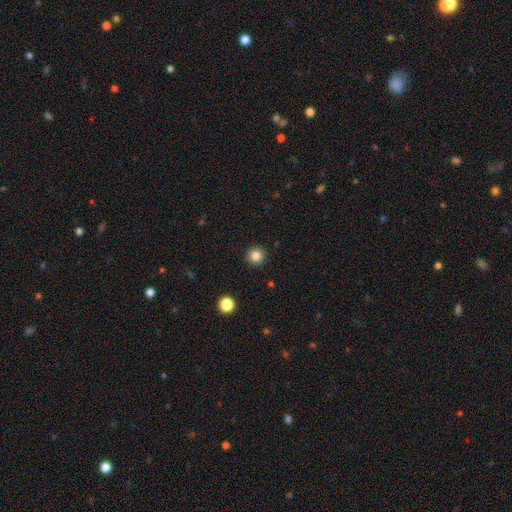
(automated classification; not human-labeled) Q: Smooth or featured?
A: smooth (83%); runner-up: star or artifact (12%)
Q: How rounded?
A: round (95%); runner-up: in between (4%)
Q: Merging?
A: none (93%); runner-up: minor disturbance (5%)